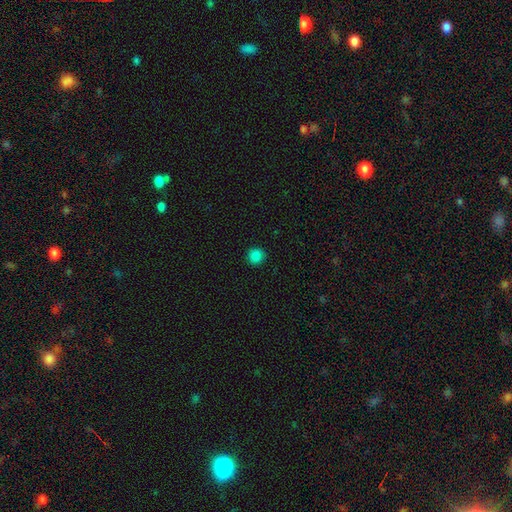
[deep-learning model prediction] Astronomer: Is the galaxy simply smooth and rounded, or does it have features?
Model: smooth — 84%.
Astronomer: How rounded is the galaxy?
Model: round — 92%.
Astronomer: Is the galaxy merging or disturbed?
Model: none — 92%.